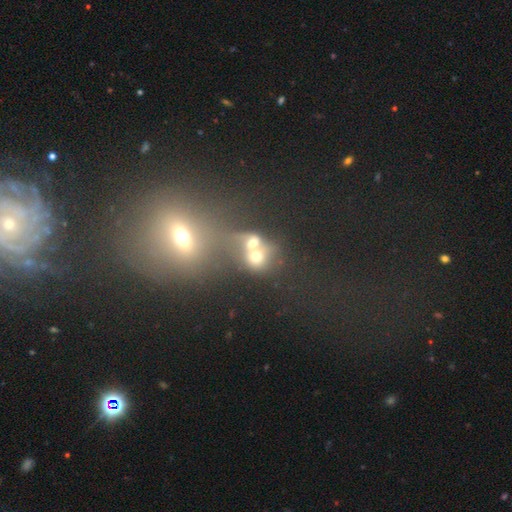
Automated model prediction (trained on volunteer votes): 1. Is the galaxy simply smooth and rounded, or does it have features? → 59% smooth, 23% star or artifact, 19% featured or disk.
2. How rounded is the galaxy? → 72% round, 26% in between, 2% cigar-shaped.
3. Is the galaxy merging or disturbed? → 57% merger, 29% none, 7% major disturbance, 7% minor disturbance.